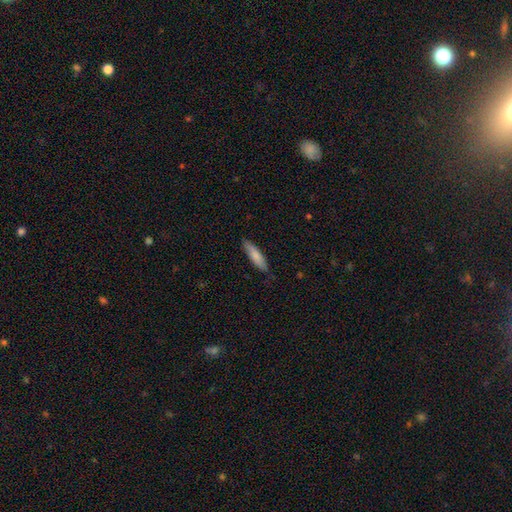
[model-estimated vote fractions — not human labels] A smooth galaxy with no disk features (81%) that is cigar-shaped (71%).

Vote fractions:
- Smooth or featured? smooth: 81% / featured or disk: 13% / star or artifact: 5%
- How rounded? cigar-shaped: 71% / in between: 28% / round: 1%
- Merging? none: 81% / minor disturbance: 16% / major disturbance: 2% / merger: 1%